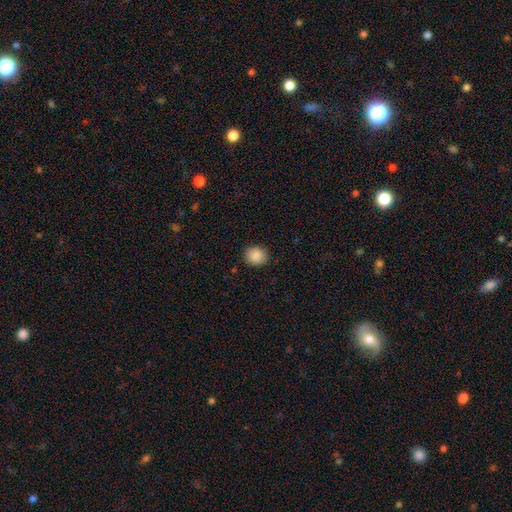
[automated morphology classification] This is clearly a smooth galaxy (89%). How rounded: likely round (75%). Merging: clearly none (88%).